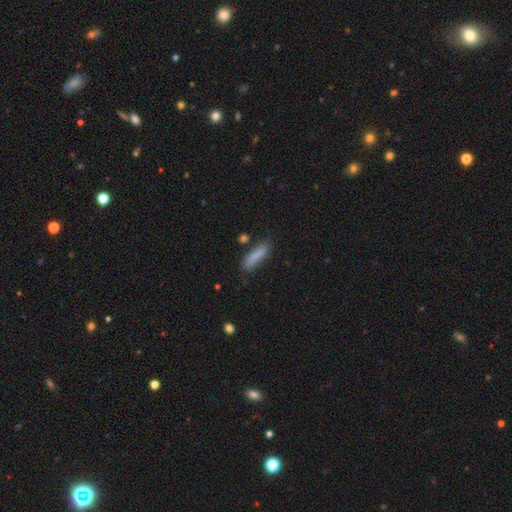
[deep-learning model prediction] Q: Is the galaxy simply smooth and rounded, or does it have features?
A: smooth — 85%.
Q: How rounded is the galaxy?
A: cigar-shaped — 74%.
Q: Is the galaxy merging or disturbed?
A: none — 79%.